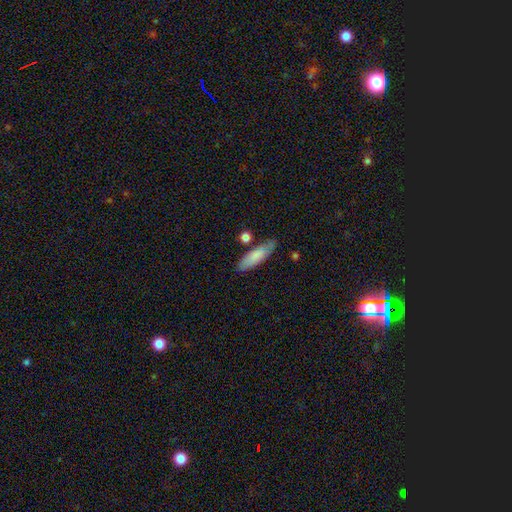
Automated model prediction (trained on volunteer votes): A smooth galaxy with no disk features (76%) that is in between round and cigar-shaped (51%).

Vote fractions:
- Smooth or featured? smooth: 76% / featured or disk: 17% / star or artifact: 7%
- How rounded? in between: 51% / cigar-shaped: 47% / round: 2%
- Merging? none: 71% / minor disturbance: 18% / merger: 6% / major disturbance: 4%